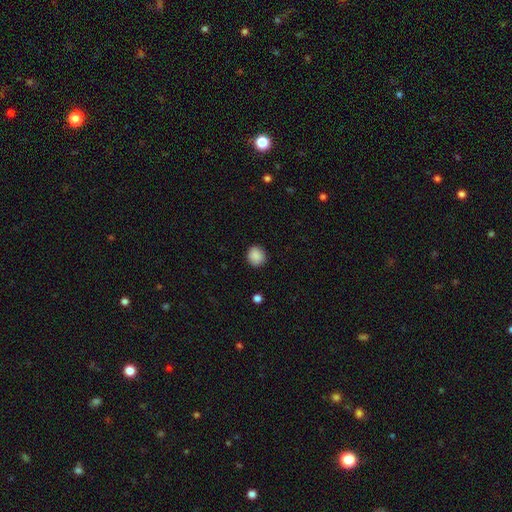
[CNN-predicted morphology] Smooth or featured? Predicted: smooth (p=0.89). How rounded? Predicted: round (p=0.86). Merging? Predicted: none (p=0.89).